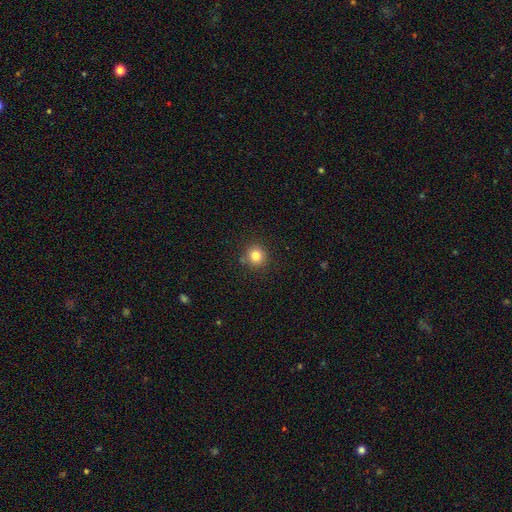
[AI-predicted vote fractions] smooth-or-featured: smooth: 82% | star or artifact: 12% | featured or disk: 6%
  how-rounded: round: 91% | in between: 8% | cigar-shaped: 1%
  merging: none: 86% | minor disturbance: 9% | merger: 3% | major disturbance: 2%